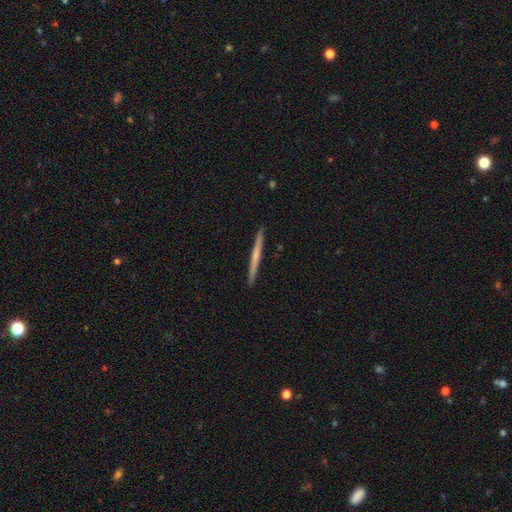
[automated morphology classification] Smooth or featured? featured or disk (50%)
Edge-on disk? yes (98%)
Merging? none (93%)